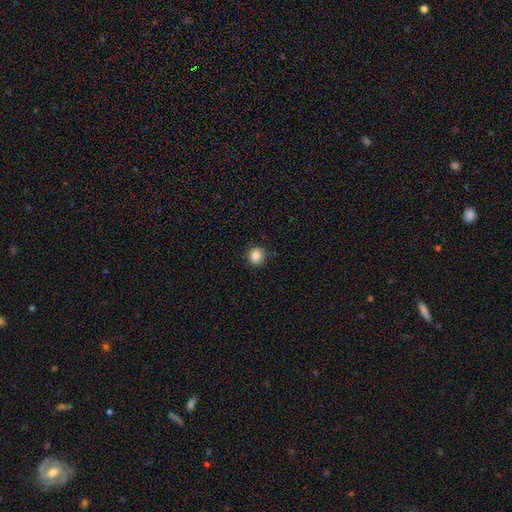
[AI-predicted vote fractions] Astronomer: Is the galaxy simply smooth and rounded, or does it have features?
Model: smooth — 84%.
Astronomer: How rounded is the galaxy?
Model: round — 83%.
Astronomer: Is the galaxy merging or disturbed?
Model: none — 86%.